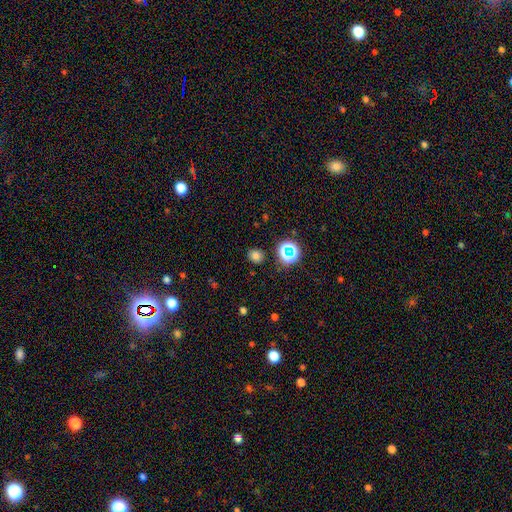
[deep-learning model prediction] A smooth galaxy with no disk features (74%) that is round (75%). Merging: none (87%).